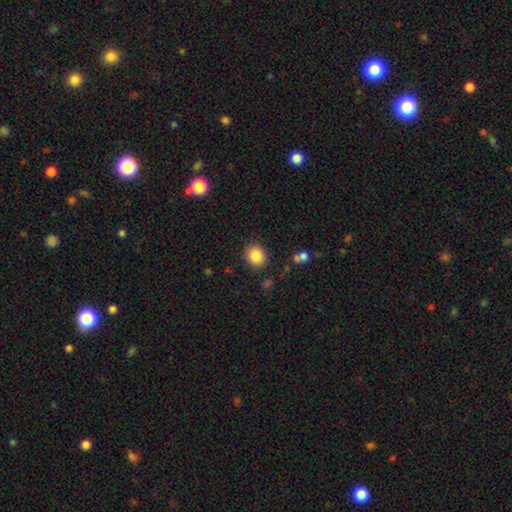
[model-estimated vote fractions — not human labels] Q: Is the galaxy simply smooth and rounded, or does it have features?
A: smooth — 86%.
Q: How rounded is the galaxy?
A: round — 74%.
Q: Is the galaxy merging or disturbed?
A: none — 86%.